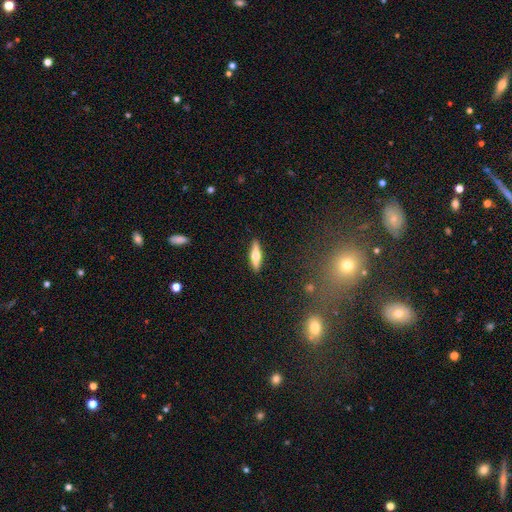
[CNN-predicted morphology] Q: Smooth or featured?
A: featured or disk (51%); runner-up: smooth (43%)
Q: Edge-on disk?
A: yes (94%); runner-up: no (6%)
Q: Merging?
A: none (90%); runner-up: minor disturbance (7%)